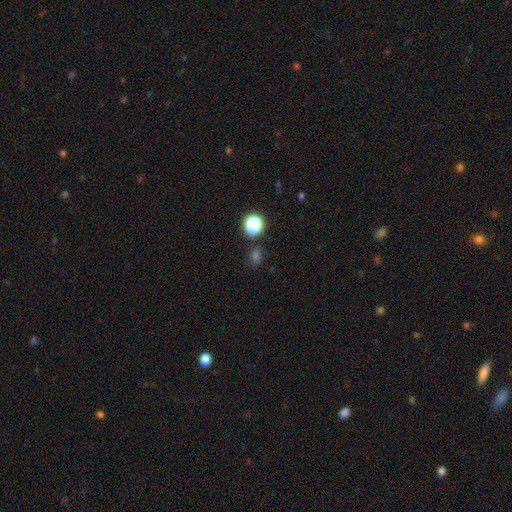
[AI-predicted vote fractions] The model was most divided on "smooth or featured": smooth: 56%, star or artifact: 37%, featured or disk: 7%. More confident: merging — none (77%); how rounded — round (67%).